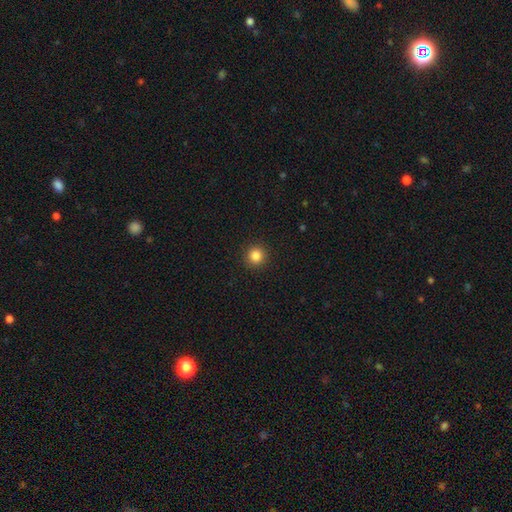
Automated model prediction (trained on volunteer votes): Smooth or featured: smooth — 85% (star or artifact — 11%)
How rounded: round — 95% (in between — 4%)
Merging: none — 93% (minor disturbance — 5%)